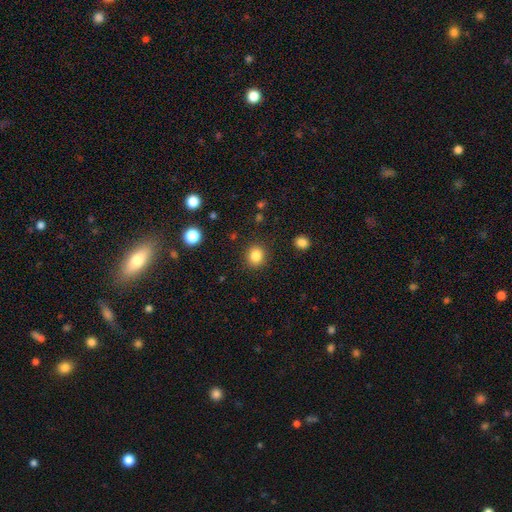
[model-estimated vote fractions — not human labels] This is clearly a smooth galaxy (84%). How rounded: clearly round (81%). Merging: clearly none (89%).